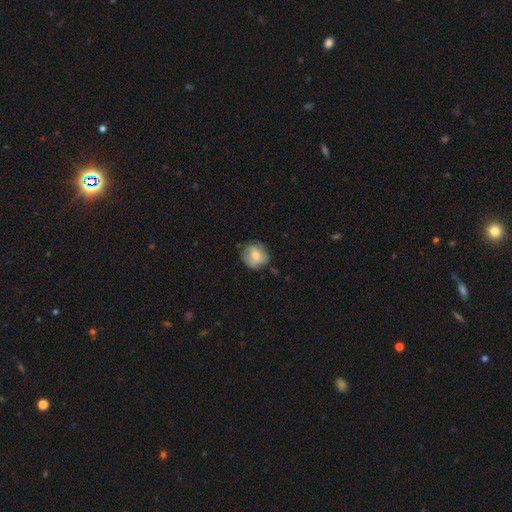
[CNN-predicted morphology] This appears to be a smooth galaxy with no disk features (68%) that is round (78%). Merging: none (66%).